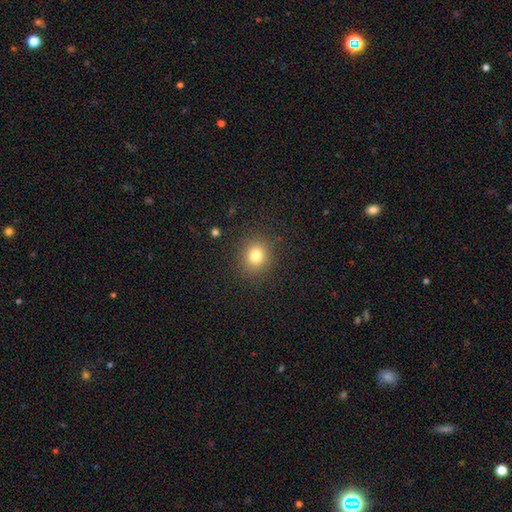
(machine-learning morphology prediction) This appears to be a smooth galaxy with no disk features (79%) that is round (82%). Merging: none (88%).